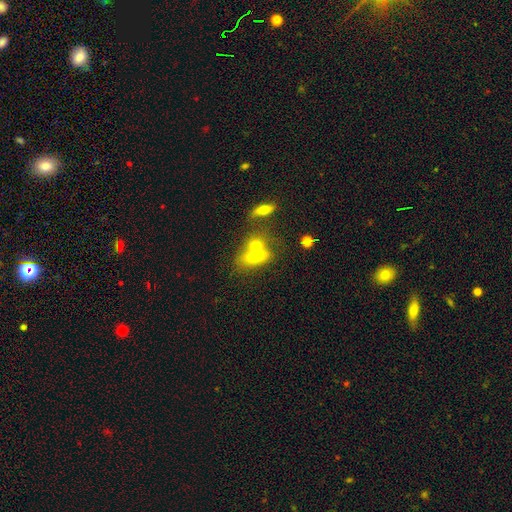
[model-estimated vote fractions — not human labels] smooth_or_featured: smooth (p=0.65) [alt: featured or disk p=0.25]
how_rounded: in between (p=0.74) [alt: round p=0.16]
merging: merger (p=0.56) [alt: none p=0.29]